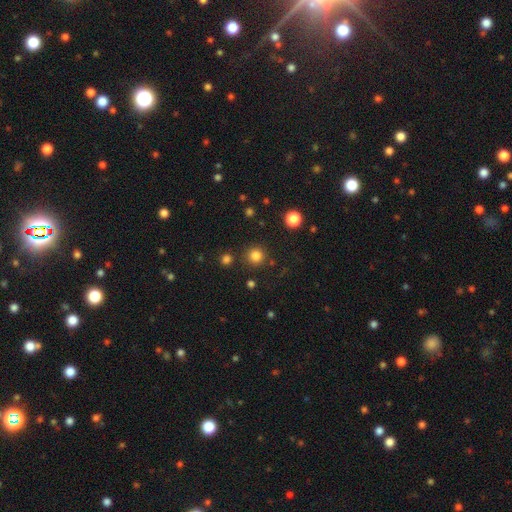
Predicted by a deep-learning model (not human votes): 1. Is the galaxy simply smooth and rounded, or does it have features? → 82% smooth, 14% star or artifact, 4% featured or disk.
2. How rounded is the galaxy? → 95% round, 4% in between, 1% cigar-shaped.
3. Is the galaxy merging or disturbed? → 88% none, 6% minor disturbance, 3% merger, 3% major disturbance.